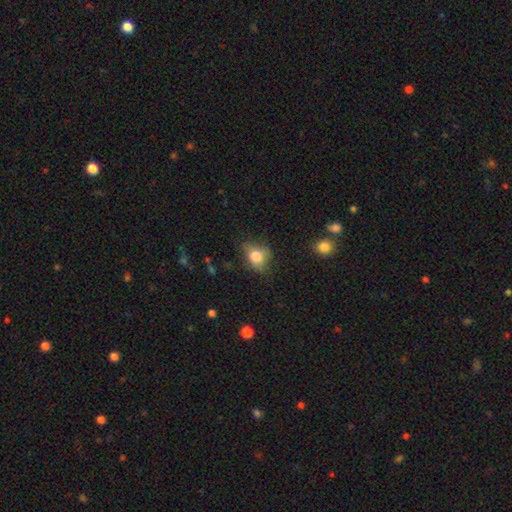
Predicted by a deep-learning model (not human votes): This appears to be a smooth galaxy with no disk features (78%) that is in between round and cigar-shaped (52%). Merging: none (59%).